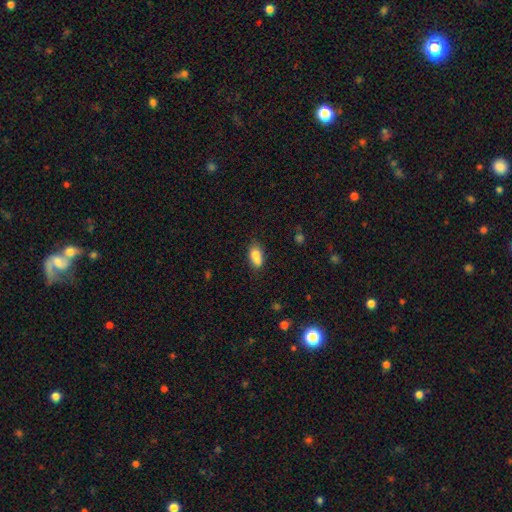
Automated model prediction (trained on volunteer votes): Smooth or featured: smooth — 77% (featured or disk — 14%)
How rounded: in between — 83% (round — 10%)
Merging: none — 48% (merger — 25%)